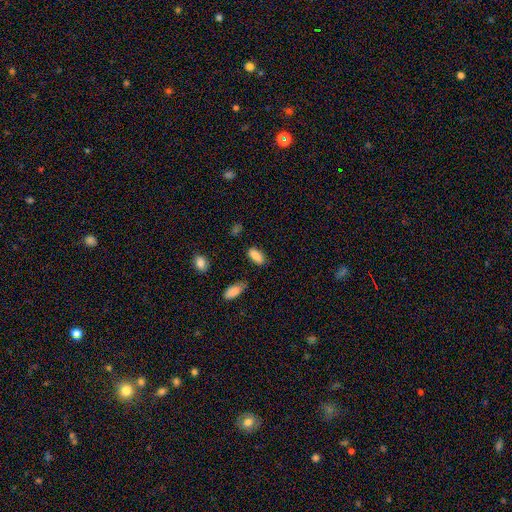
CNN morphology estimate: Smooth or featured? smooth (85%)
How rounded? in between (84%)
Merging? none (77%)